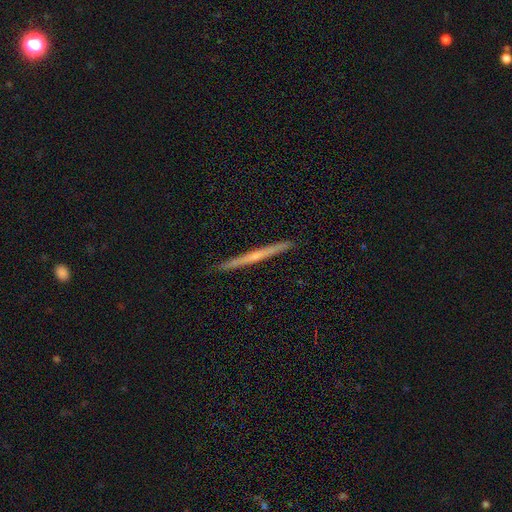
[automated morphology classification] A featured or disk galaxy (61%) viewed edge-on (98%) with no central bulge (64%). Merging: none (92%).